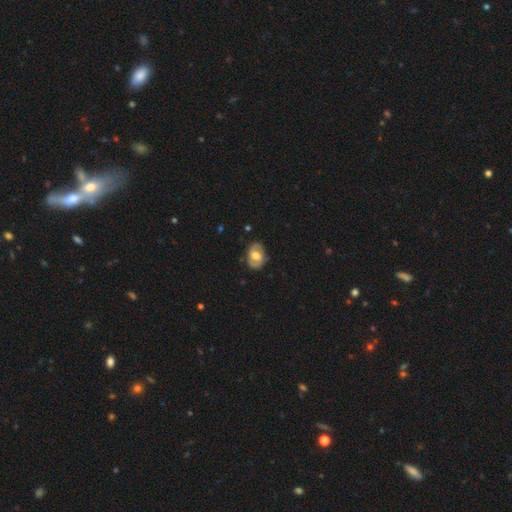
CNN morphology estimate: The model was most divided on "bar": no: 45%, weak: 39%, strong: 15%. More confident: edge-on disk — no (95%); merging — none (79%); spiral arms — yes (69%); bulge size — moderate (62%); smooth or featured — featured or disk (59%).